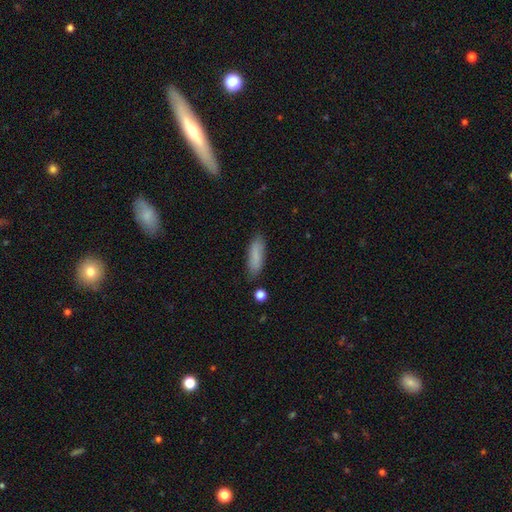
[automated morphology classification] smooth-or-featured: smooth: 83% | featured or disk: 10% | star or artifact: 7%
  how-rounded: cigar-shaped: 51% | in between: 47% | round: 2%
  merging: none: 82% | minor disturbance: 13% | major disturbance: 3% | merger: 3%